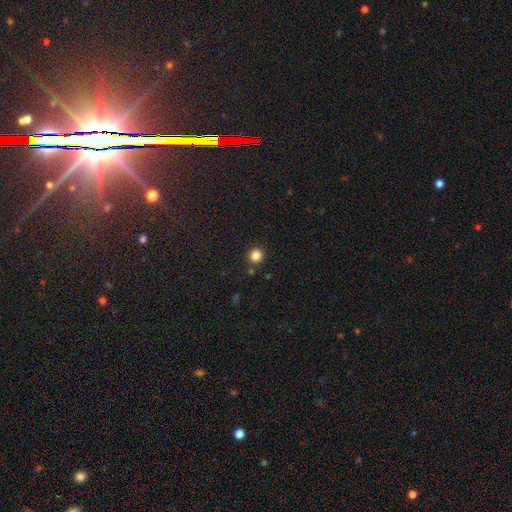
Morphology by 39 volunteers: Smooth or featured: smooth — 85% (star or artifact — 13%)
How rounded: round — 94% (in between — 6%)
Merging: none — 94% (minor disturbance — 3%)